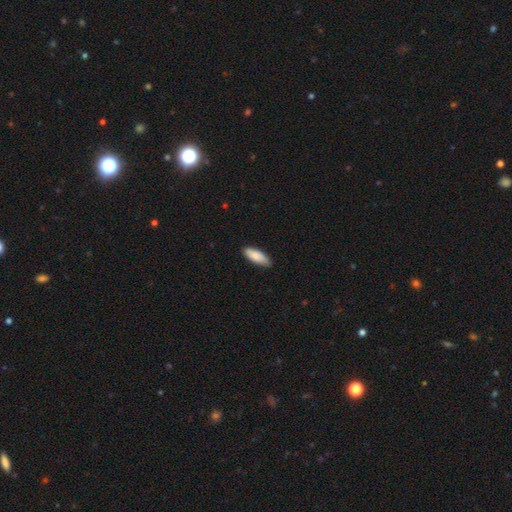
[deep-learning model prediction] Q: Smooth or featured?
A: smooth (87%); runner-up: featured or disk (7%)
Q: How rounded?
A: in between (67%); runner-up: cigar-shaped (31%)
Q: Merging?
A: none (86%); runner-up: minor disturbance (11%)